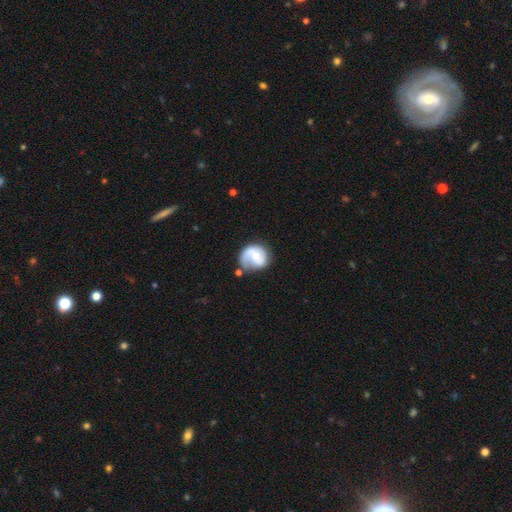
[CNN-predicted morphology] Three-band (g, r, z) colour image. It shows a featured or disk galaxy (66%) with no bar (64%), 1 (46%) medium (39%) spiral arms (87%) and a moderate central bulge (53%). Merging: none (53%).